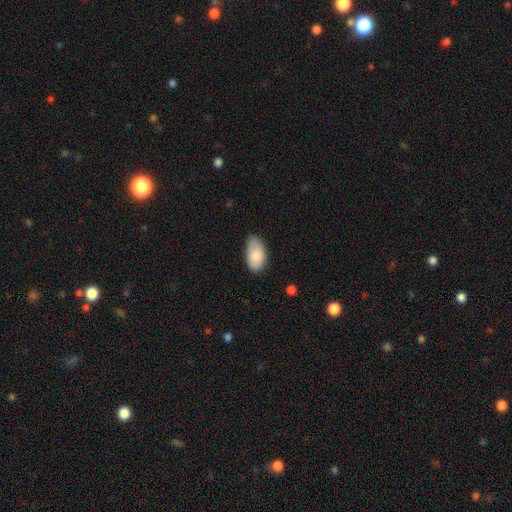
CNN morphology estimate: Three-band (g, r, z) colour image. It shows a smooth galaxy with no disk features (84%) that is in between round and cigar-shaped (95%). Merging: none (64%).